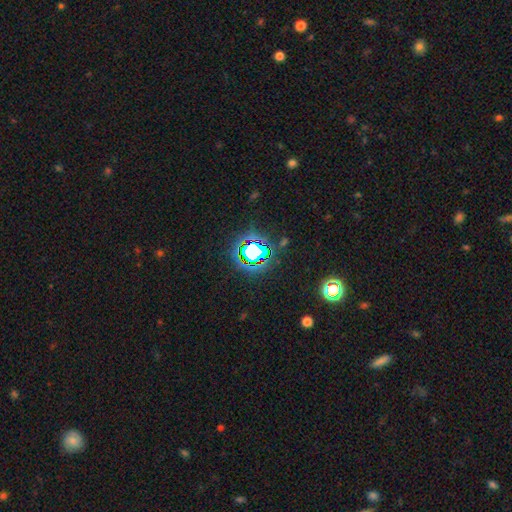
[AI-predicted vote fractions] A star or artifact, not a galaxy (66%).

Vote fractions:
- Smooth or featured? star or artifact: 66% / smooth: 21% / featured or disk: 12%